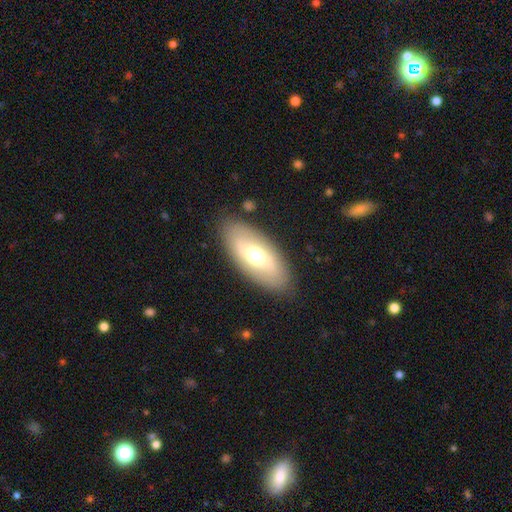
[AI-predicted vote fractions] Smooth or featured? Predicted: smooth (p=0.59). How rounded? Predicted: in between (p=0.89). Merging? Predicted: none (p=0.85).